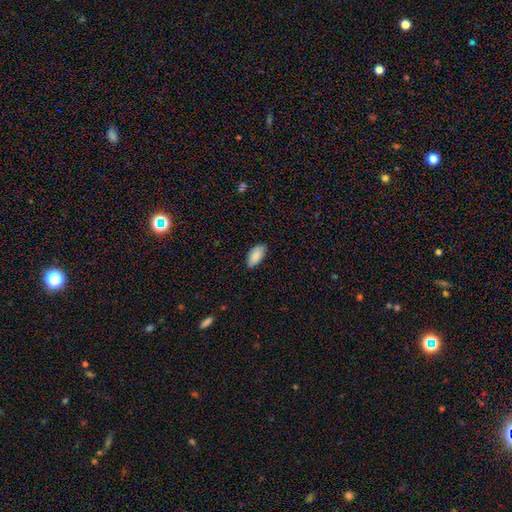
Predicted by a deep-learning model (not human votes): Morphology: type=smooth (89%); roundness=in between (94%); merging=none (82%).